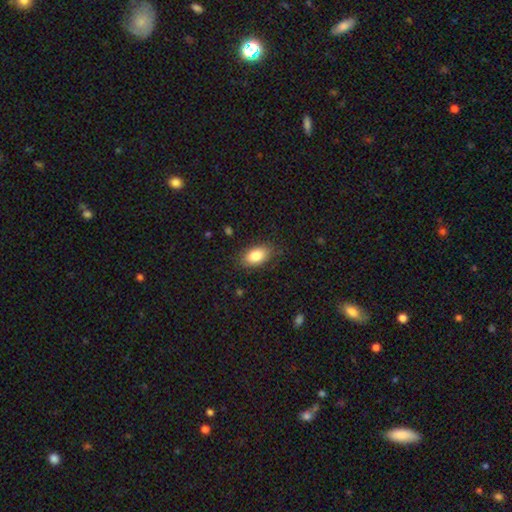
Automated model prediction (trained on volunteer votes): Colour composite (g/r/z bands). It shows a smooth galaxy with no disk features (85%) that is in between round and cigar-shaped (91%). Merging: none (81%).